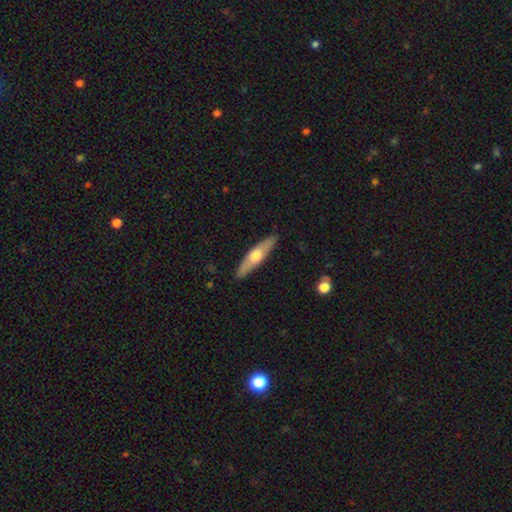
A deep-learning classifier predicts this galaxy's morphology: smooth 48%, featured or disk 47%, star or artifact 5%. Down the decision tree: merging — none (89%).